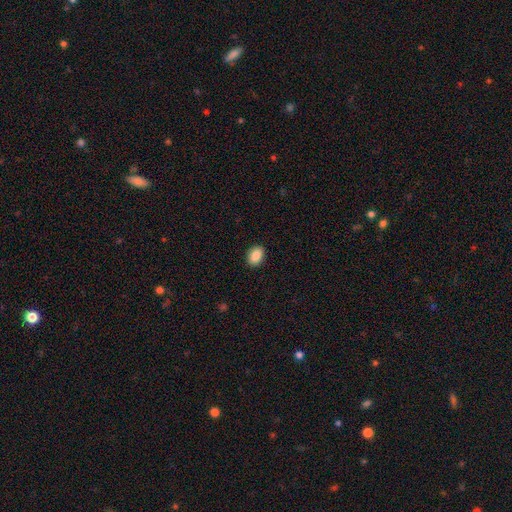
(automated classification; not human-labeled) Q: Smooth or featured?
A: smooth (88%); runner-up: star or artifact (8%)
Q: How rounded?
A: in between (81%); runner-up: round (18%)
Q: Merging?
A: none (90%); runner-up: minor disturbance (7%)